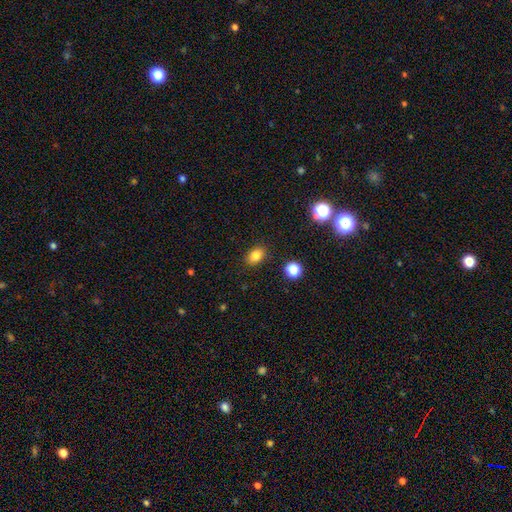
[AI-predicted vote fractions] This is clearly a smooth galaxy (82%). How rounded: likely in between (73%). Merging: clearly none (87%).